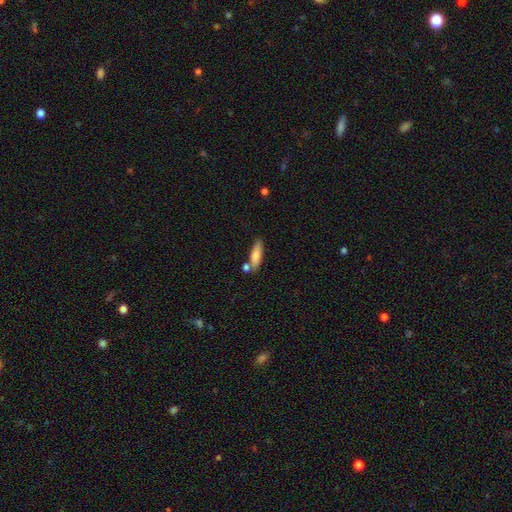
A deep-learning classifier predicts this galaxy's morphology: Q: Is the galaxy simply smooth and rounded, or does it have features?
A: smooth — 79%.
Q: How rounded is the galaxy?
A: cigar-shaped — 57%.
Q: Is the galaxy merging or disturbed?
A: none — 67%.